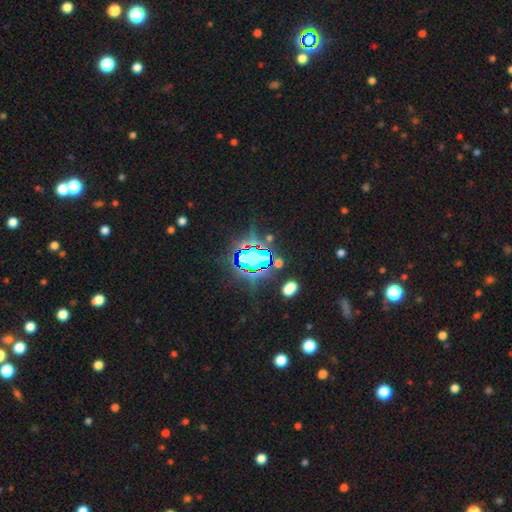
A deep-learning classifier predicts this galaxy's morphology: A star or artifact, not a galaxy (79%).

Vote fractions:
- Smooth or featured? star or artifact: 79% / smooth: 12% / featured or disk: 9%